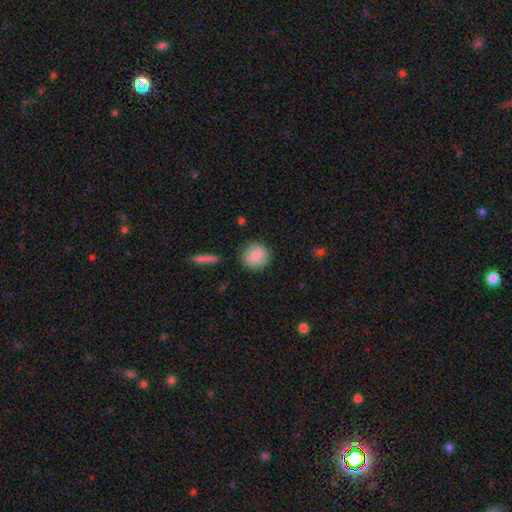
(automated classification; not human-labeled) Overall: smooth (86%). How rounded: round (92%). Merging: none (87%).